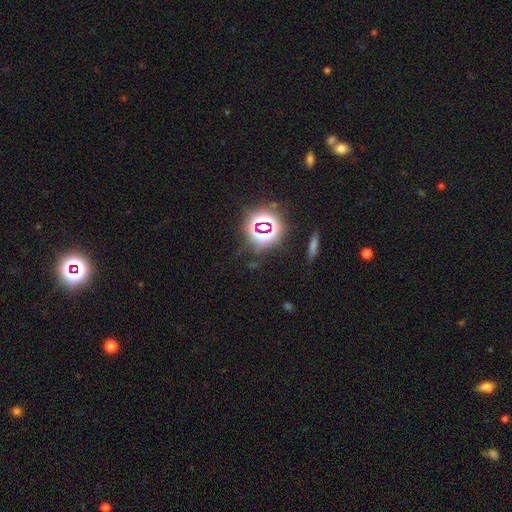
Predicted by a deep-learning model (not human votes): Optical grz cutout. It shows a star or artifact, not a galaxy (79%).